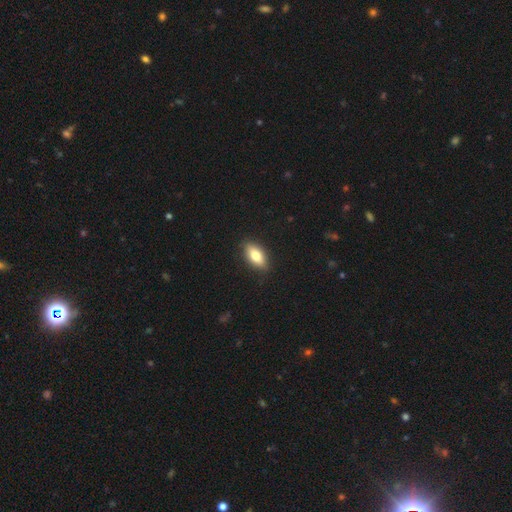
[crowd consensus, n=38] smooth 74%, featured or disk 16%, star or artifact 11%. Down the decision tree: how rounded — in between (93%); merging — none (94%).